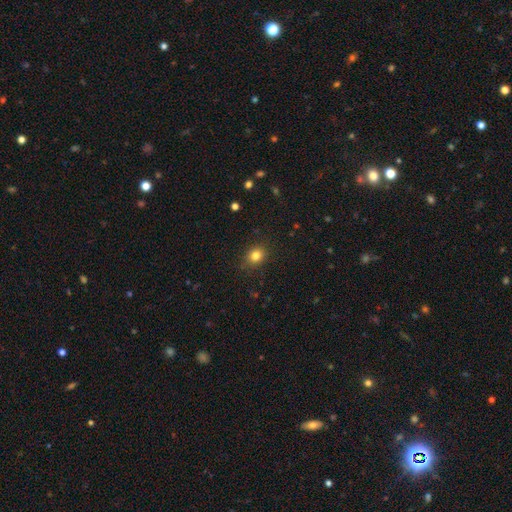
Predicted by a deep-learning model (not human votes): Smooth or featured?
  - smooth: 82% *
  - star or artifact: 12%
  - featured or disk: 6%
How rounded?
  - round: 67% *
  - in between: 32%
  - cigar-shaped: 1%
Merging?
  - none: 87% *
  - minor disturbance: 10%
  - major disturbance: 3%
  - merger: 1%